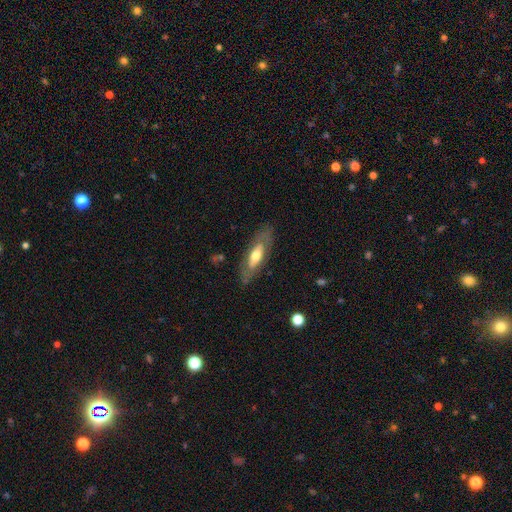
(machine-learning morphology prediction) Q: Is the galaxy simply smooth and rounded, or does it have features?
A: featured or disk — 49%.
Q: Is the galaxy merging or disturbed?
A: none — 79%.